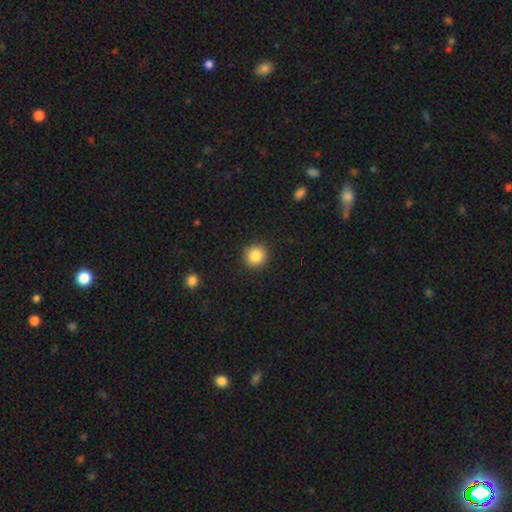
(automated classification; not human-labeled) The model was most divided on "smooth or featured": smooth: 85%, star or artifact: 10%, featured or disk: 5%. More confident: how rounded — round (93%); merging — none (91%).